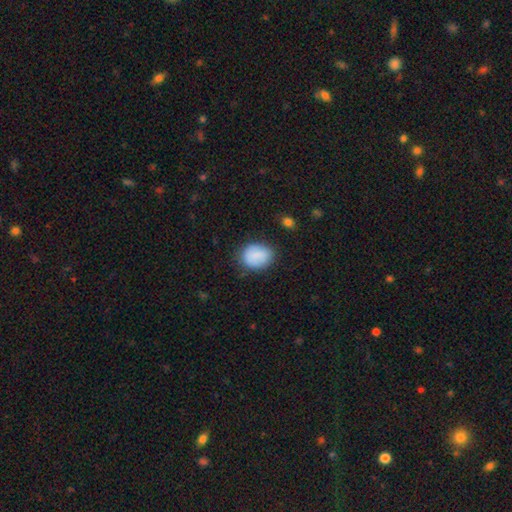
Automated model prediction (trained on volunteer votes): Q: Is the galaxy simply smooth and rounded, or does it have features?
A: smooth — 85%.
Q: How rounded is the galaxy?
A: in between — 55%.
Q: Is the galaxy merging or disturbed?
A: none — 74%.